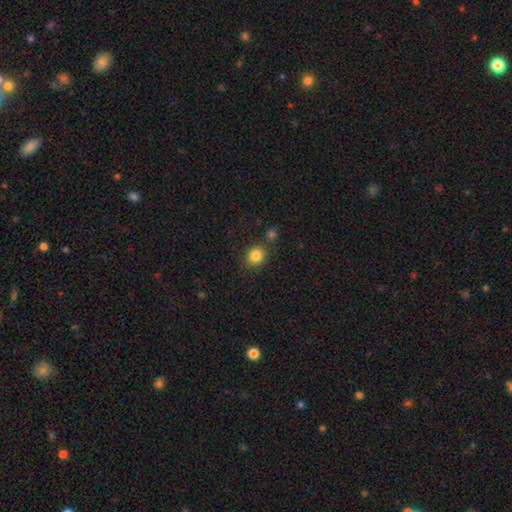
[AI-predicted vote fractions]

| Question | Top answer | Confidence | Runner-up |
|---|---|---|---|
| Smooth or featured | smooth | 83% | star or artifact (11%) |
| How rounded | round | 75% | in between (24%) |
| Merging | none | 74% | minor disturbance (12%) |